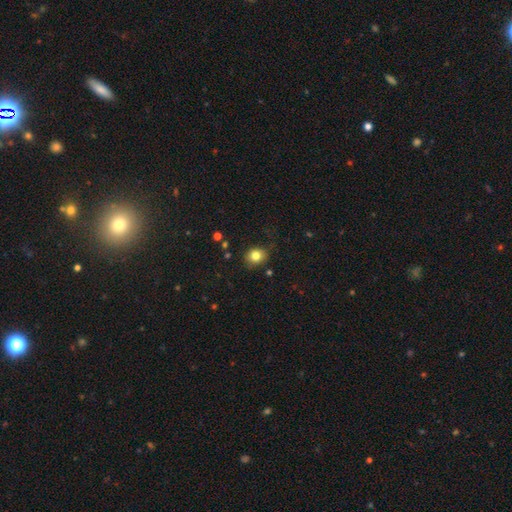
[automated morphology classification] Smooth or featured? smooth (81%)
How rounded? round (73%)
Merging? none (79%)